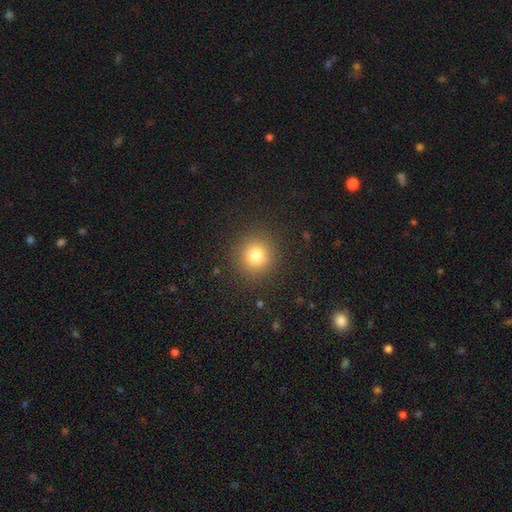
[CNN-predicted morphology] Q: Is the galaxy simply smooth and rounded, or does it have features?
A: smooth — 79%.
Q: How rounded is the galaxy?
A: round — 92%.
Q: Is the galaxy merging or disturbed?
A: none — 90%.